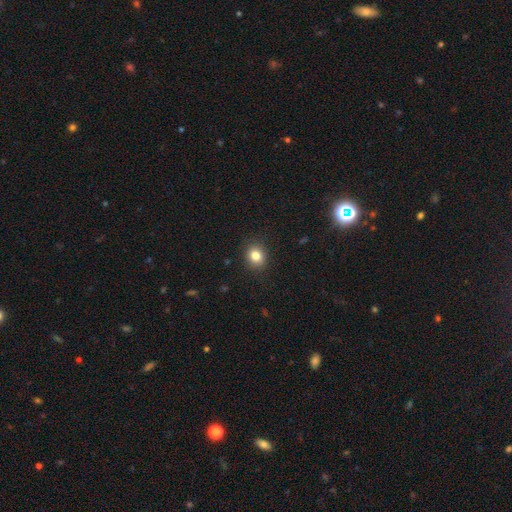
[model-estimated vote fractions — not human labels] This is clearly a smooth galaxy (82%). How rounded: likely round (67%). Merging: clearly none (89%).